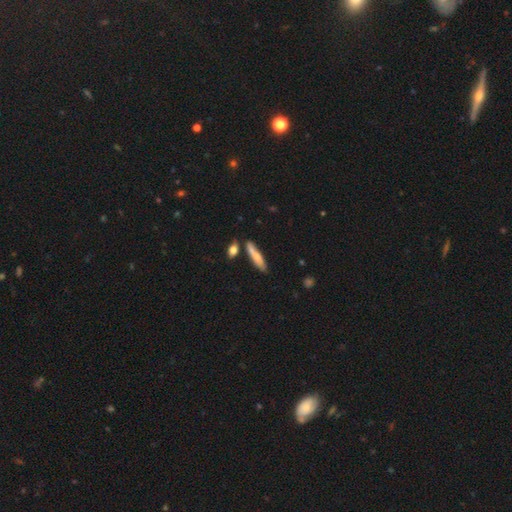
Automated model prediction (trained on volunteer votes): smooth_or_featured: smooth (p=0.67) [alt: featured or disk p=0.27]
how_rounded: cigar-shaped (p=0.77) [alt: in between p=0.21]
merging: none (p=0.67) [alt: minor disturbance p=0.16]